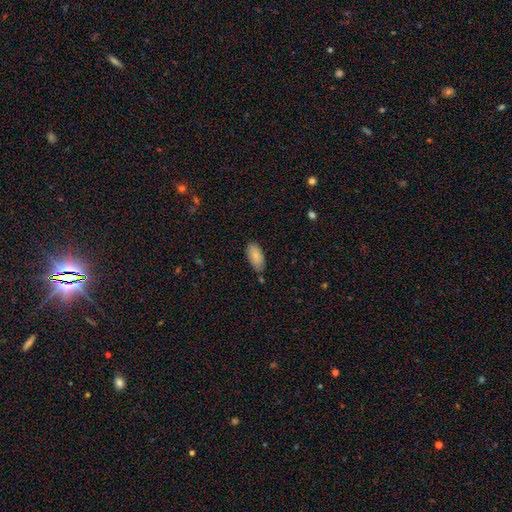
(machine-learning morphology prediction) This appears to be a smooth galaxy with no disk features (83%) that is in between round and cigar-shaped (92%). Merging: none (75%).